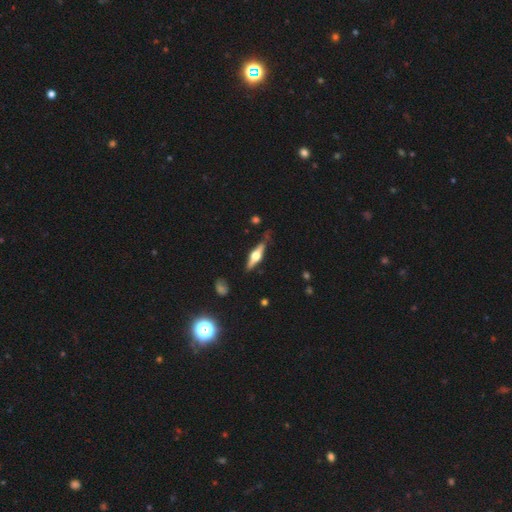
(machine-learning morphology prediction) A featured or disk galaxy (71%) viewed edge-on (96%) with a rounded central bulge (94%). Merging: none (77%).